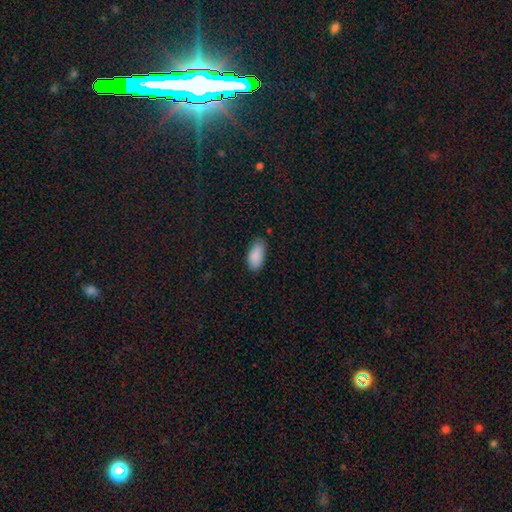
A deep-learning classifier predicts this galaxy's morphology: smooth-or-featured: smooth: 89% | star or artifact: 7% | featured or disk: 5%
  how-rounded: in between: 93% | cigar-shaped: 5% | round: 2%
  merging: none: 75% | minor disturbance: 20% | major disturbance: 3% | merger: 1%